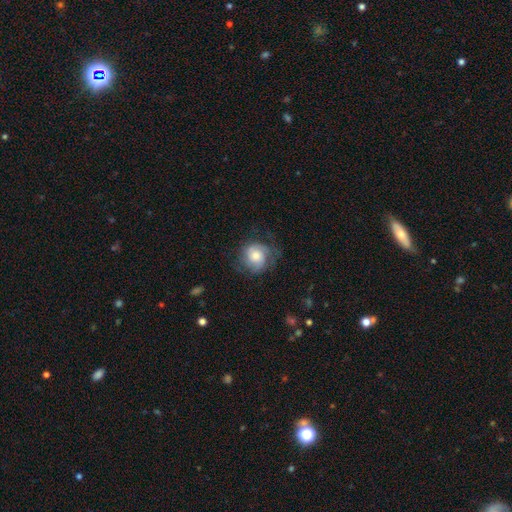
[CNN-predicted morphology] smooth-or-featured: smooth: 51% | featured or disk: 41% | star or artifact: 8%
  how-rounded: round: 80% | in between: 19% | cigar-shaped: 1%
  merging: none: 57% | minor disturbance: 24% | major disturbance: 17% | merger: 1%